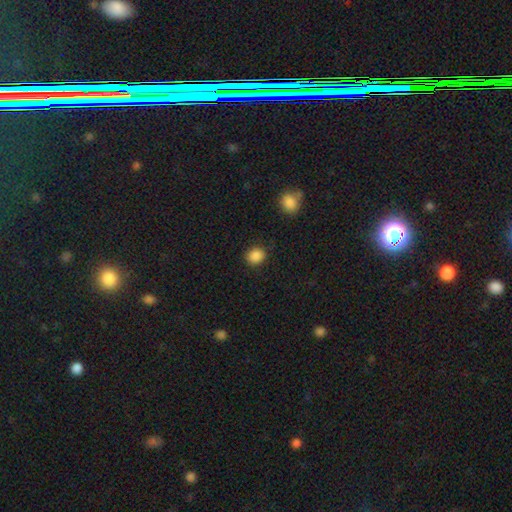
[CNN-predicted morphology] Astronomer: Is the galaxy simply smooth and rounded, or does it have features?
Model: smooth — 87%.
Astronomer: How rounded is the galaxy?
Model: round — 69%.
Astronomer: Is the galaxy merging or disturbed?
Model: none — 86%.